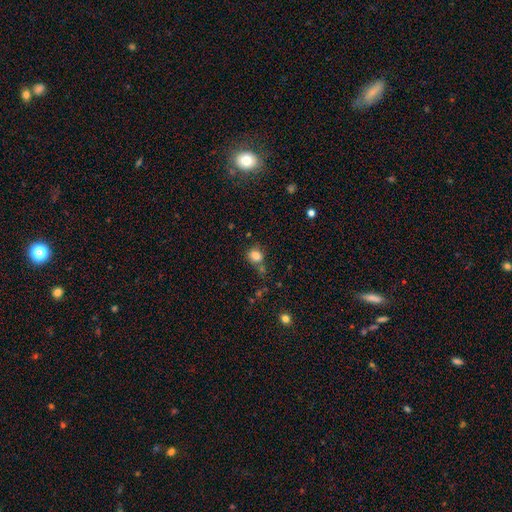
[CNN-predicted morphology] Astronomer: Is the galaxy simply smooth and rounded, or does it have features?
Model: smooth — 81%.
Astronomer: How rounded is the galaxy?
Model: round — 58% (runner-up: in between, 41%).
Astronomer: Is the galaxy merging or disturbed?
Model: none — 59%.